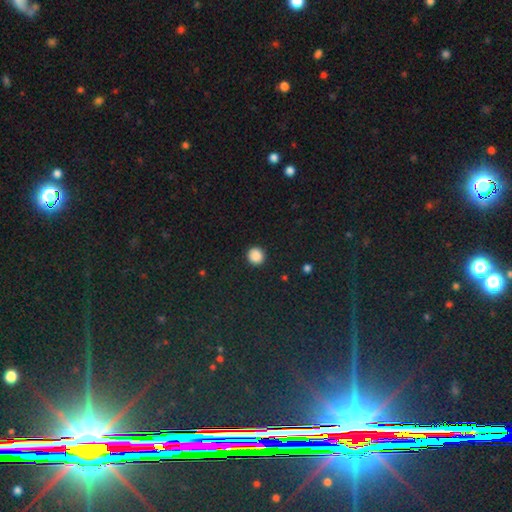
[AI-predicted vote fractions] Smooth or featured? Predicted: smooth (p=0.88). How rounded? Predicted: round (p=0.93). Merging? Predicted: none (p=0.92).